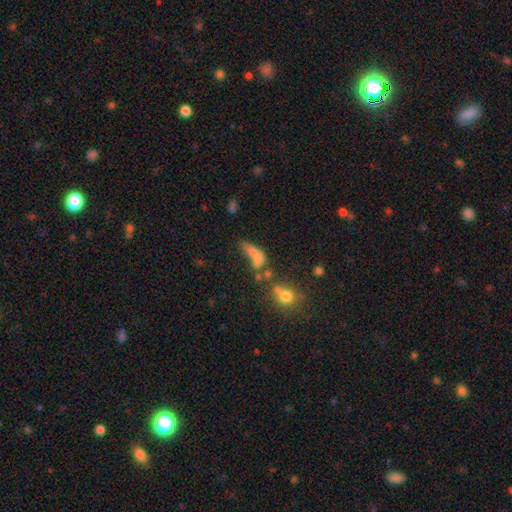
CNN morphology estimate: Smooth or featured? Predicted: smooth (p=0.63). How rounded? Predicted: in between (p=0.62). Merging? Predicted: merger (p=0.34).